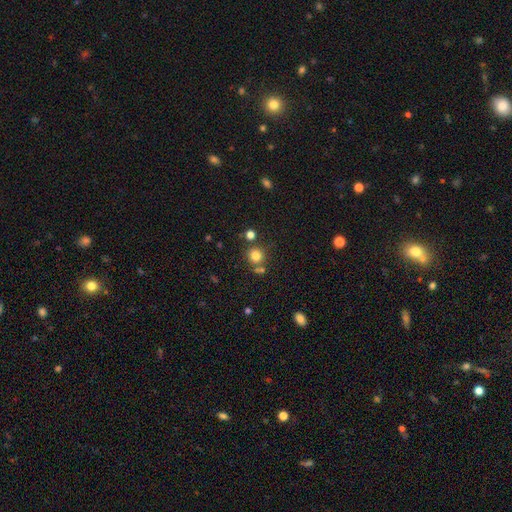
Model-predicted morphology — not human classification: smooth_or_featured: smooth (p=0.79) [alt: star or artifact p=0.14]
how_rounded: round (p=0.90) [alt: in between p=0.09]
merging: none (p=0.71) [alt: merger p=0.16]